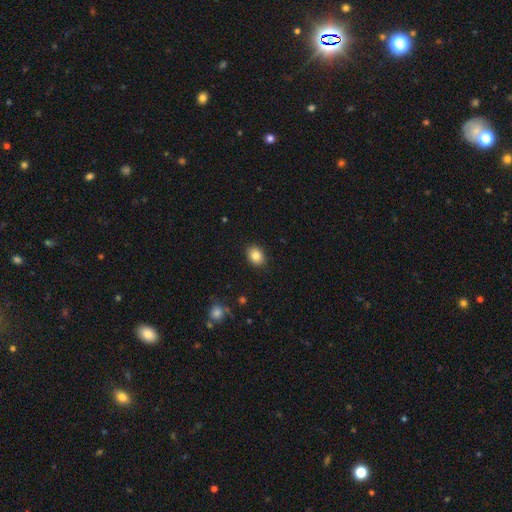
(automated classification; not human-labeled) A smooth galaxy with no disk features (84%) that is in between round and cigar-shaped (64%).

Vote fractions:
- Smooth or featured? smooth: 84% / star or artifact: 9% / featured or disk: 7%
- How rounded? in between: 64% / round: 35% / cigar-shaped: 1%
- Merging? none: 89% / minor disturbance: 8% / major disturbance: 2% / merger: 1%